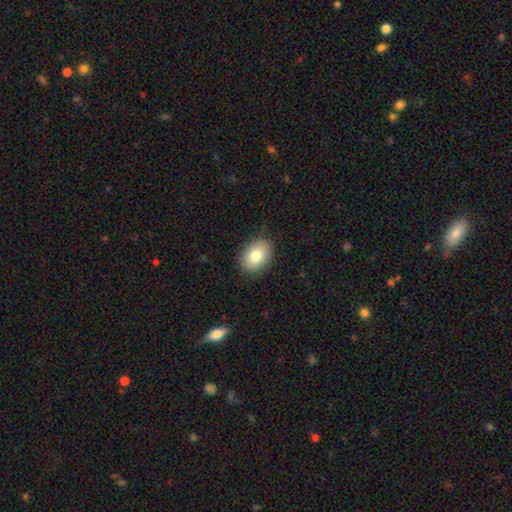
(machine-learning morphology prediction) Overall: smooth (81%). How rounded: in between (77%). Merging: none (86%).